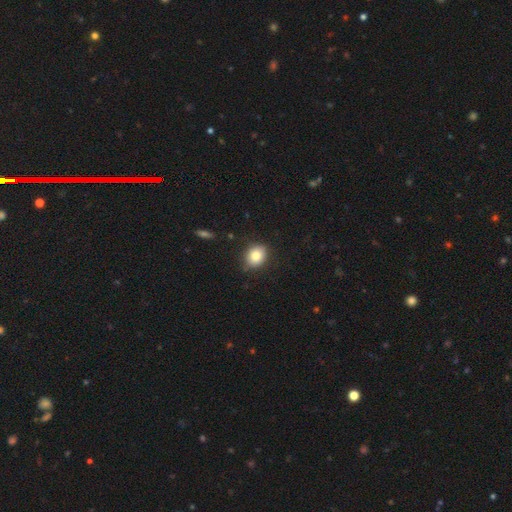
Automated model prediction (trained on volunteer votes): smooth-or-featured: smooth: 83% | star or artifact: 9% | featured or disk: 8%
  how-rounded: round: 50% | in between: 49% | cigar-shaped: 1%
  merging: none: 83% | minor disturbance: 13% | major disturbance: 3% | merger: 1%